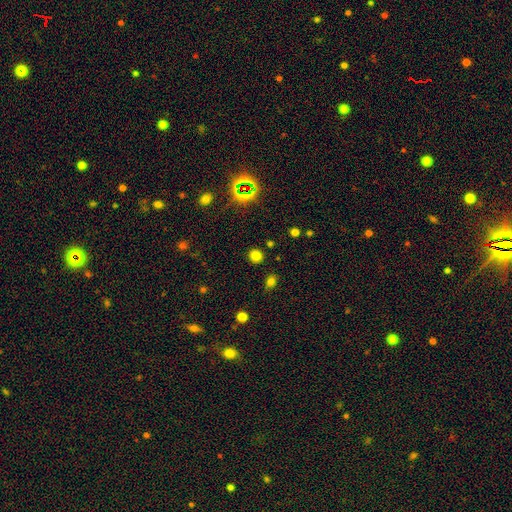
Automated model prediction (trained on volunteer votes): A smooth galaxy with no disk features (75%) that is round (82%). Merging: none (88%).